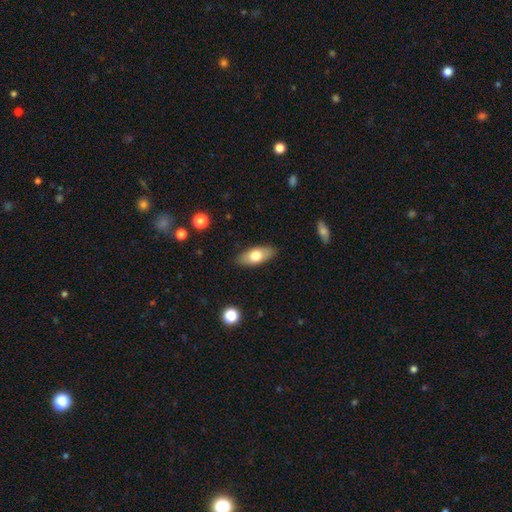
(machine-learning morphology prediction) A smooth galaxy with no disk features (69%) that is in between round and cigar-shaped (84%).

Vote fractions:
- Smooth or featured? smooth: 69% / featured or disk: 24% / star or artifact: 6%
- How rounded? in between: 84% / cigar-shaped: 13% / round: 3%
- Merging? none: 87% / minor disturbance: 10% / major disturbance: 2% / merger: 1%